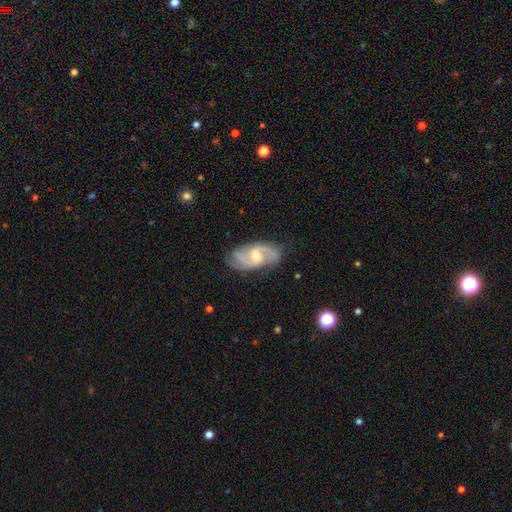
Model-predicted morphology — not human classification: smooth-or-featured: featured or disk: 84% | smooth: 11% | star or artifact: 5%
  disk-edge-on: no: 96% | yes: 4%
    bar: weak: 53% | no: 33% | strong: 14%
    has-spiral-arms: yes: 96% | no: 4%
      spiral-winding: medium: 52% | loose: 24% | tight: 24%
      spiral-arm-count: 2: 67% | 3: 16% | can't tell: 9% | 4: 3% | 1: 3% | more than 4: 2%
    bulge-size: small: 51% | moderate: 44% | none: 3% | large: 2% | dominant: 1%
  merging: none: 75% | minor disturbance: 18% | major disturbance: 6% | merger: 1%